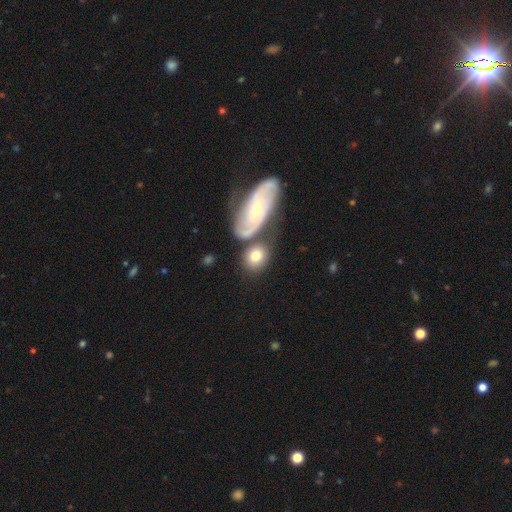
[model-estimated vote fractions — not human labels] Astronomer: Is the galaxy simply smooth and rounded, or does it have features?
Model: smooth — 69%.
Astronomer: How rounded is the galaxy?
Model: round — 63%.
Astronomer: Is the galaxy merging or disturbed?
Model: none — 54%.